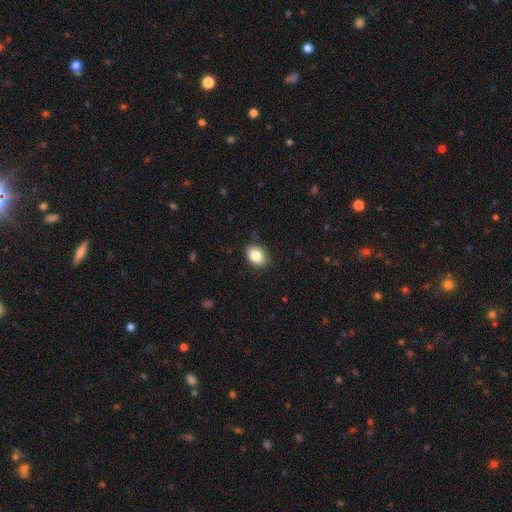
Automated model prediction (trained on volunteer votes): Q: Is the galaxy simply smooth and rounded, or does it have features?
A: smooth — 85%.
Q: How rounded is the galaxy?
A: in between — 73%.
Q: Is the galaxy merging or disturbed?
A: none — 83%.